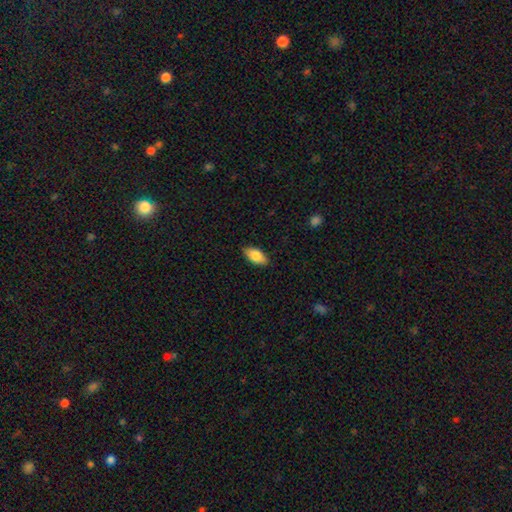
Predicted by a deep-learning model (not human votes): A smooth galaxy with no disk features (84%) that is in between round and cigar-shaped (92%). Merging: none (87%).